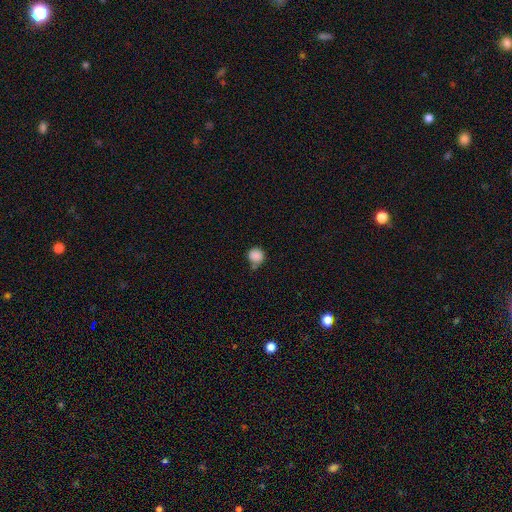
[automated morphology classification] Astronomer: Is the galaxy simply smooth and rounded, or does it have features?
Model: smooth — 87%.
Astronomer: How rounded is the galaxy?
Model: round — 90%.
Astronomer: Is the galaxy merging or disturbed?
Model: none — 56%.